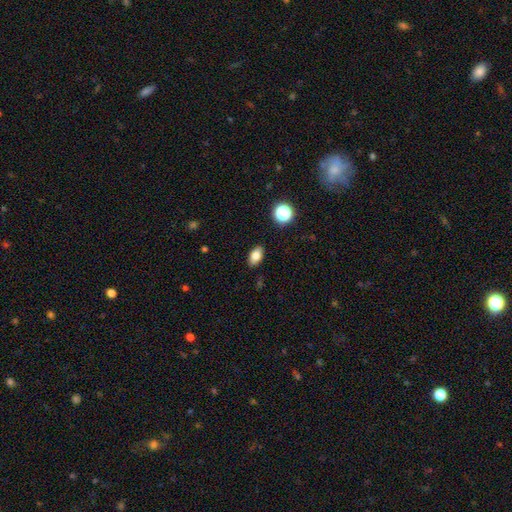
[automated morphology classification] Q: Smooth or featured?
A: smooth (80%); runner-up: featured or disk (10%)
Q: How rounded?
A: in between (88%); runner-up: round (9%)
Q: Merging?
A: none (88%); runner-up: minor disturbance (9%)